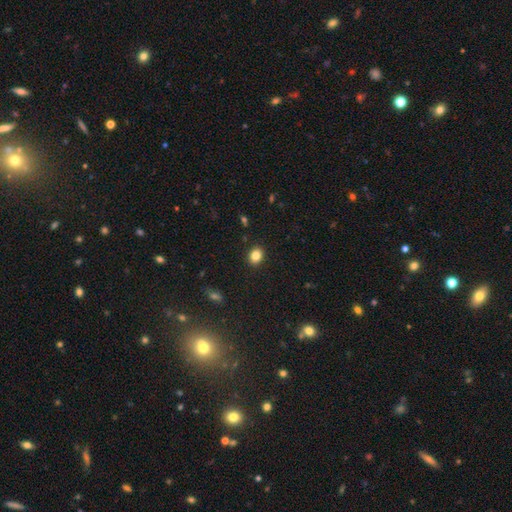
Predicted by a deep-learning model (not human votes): This is clearly a smooth galaxy (84%). How rounded: possibly round (54%). Merging: clearly none (90%).